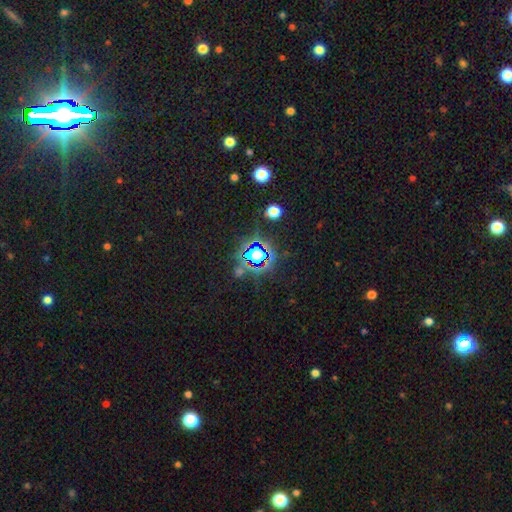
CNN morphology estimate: smooth_or_featured: star or artifact (p=0.71) [alt: smooth p=0.19]